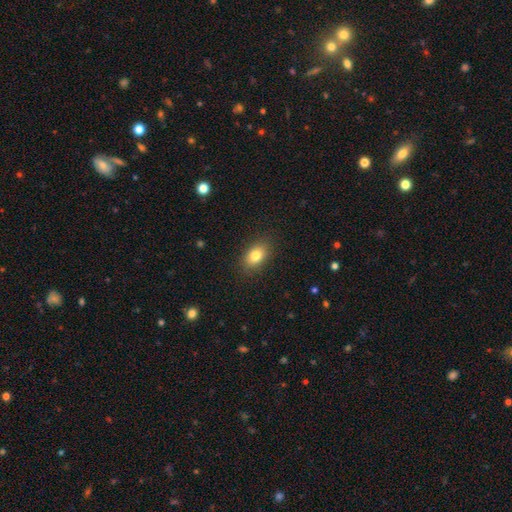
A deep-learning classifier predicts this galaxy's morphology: Overall: smooth (81%). How rounded: in between (83%). Merging: none (87%).